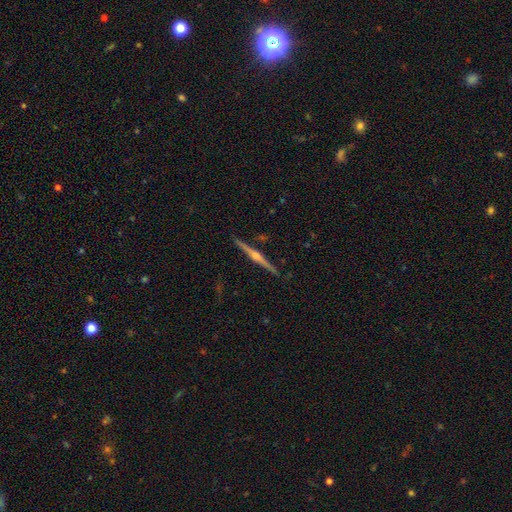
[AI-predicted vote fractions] The model was most divided on "smooth or featured": featured or disk: 85%, smooth: 10%, star or artifact: 5%. More confident: edge-on disk — yes (99%); merging — none (91%); edge-on bulge — rounded (88%).